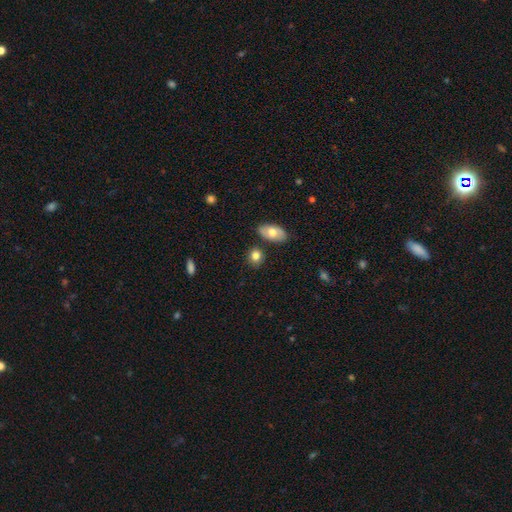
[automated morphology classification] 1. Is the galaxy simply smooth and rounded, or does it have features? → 80% smooth, 12% featured or disk, 8% star or artifact.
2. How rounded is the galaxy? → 57% round, 41% in between, 2% cigar-shaped.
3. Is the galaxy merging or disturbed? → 79% none, 10% minor disturbance, 8% merger, 3% major disturbance.